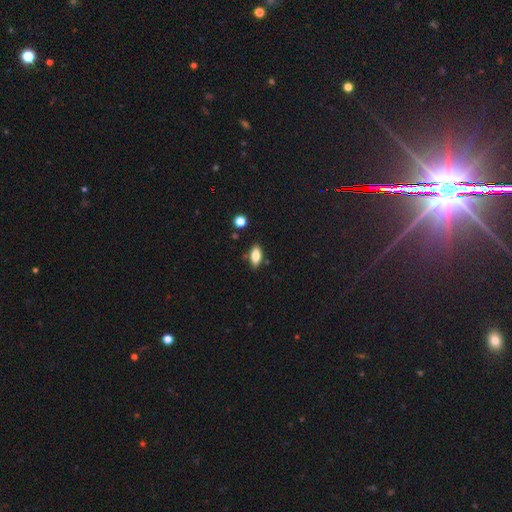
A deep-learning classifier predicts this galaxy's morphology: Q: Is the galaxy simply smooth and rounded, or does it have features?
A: smooth — 76%.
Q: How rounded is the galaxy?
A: in between — 86%.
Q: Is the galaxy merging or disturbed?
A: none — 83%.